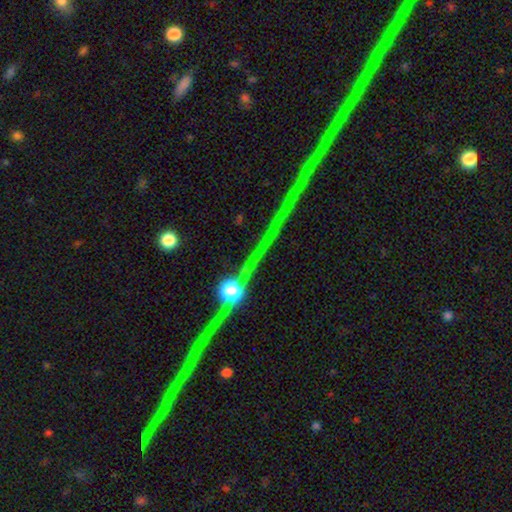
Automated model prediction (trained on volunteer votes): A featured or disk galaxy (55%) viewed edge-on (83%). Merging: none (81%).